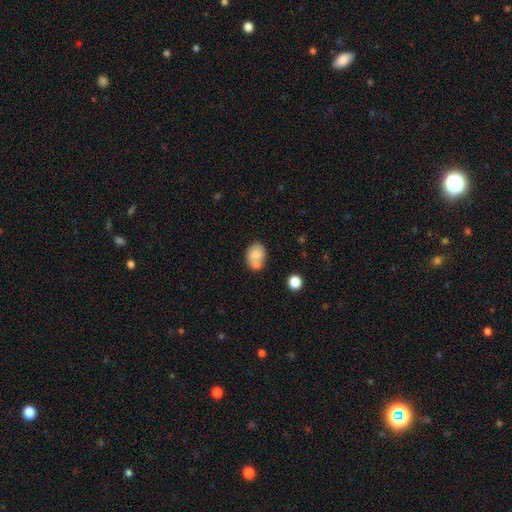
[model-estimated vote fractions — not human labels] This is likely a smooth galaxy (77%). How rounded: likely in between (64%). Merging: marginally none (43%).